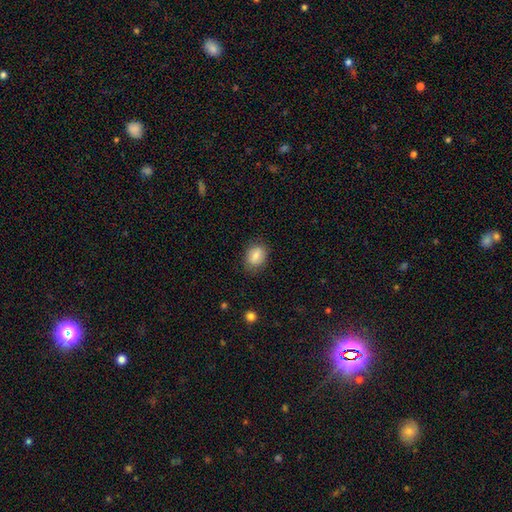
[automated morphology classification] Smooth or featured? Predicted: smooth (p=0.78). How rounded? Predicted: in between (p=0.66). Merging? Predicted: none (p=0.79).